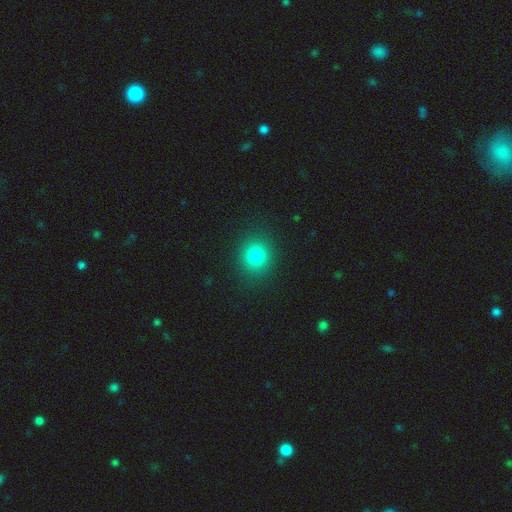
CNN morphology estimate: This appears to be a smooth galaxy with no disk features (81%) that is round (80%). Merging: none (89%).